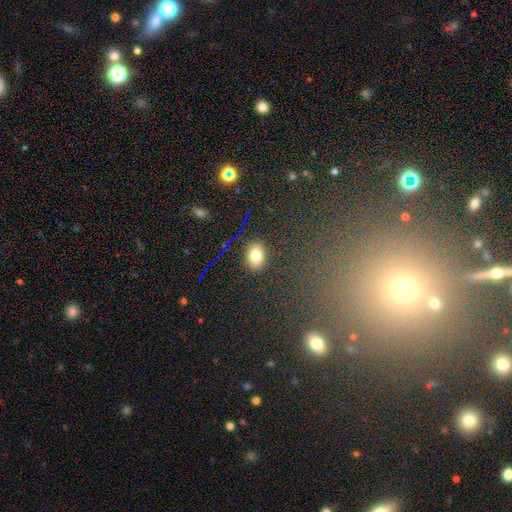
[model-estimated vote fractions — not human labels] A smooth galaxy with no disk features (76%) that is in between round and cigar-shaped (71%).

Vote fractions:
- Smooth or featured? smooth: 76% / star or artifact: 14% / featured or disk: 10%
- How rounded? in between: 71% / round: 28% / cigar-shaped: 1%
- Merging? none: 88% / minor disturbance: 8% / major disturbance: 3% / merger: 2%